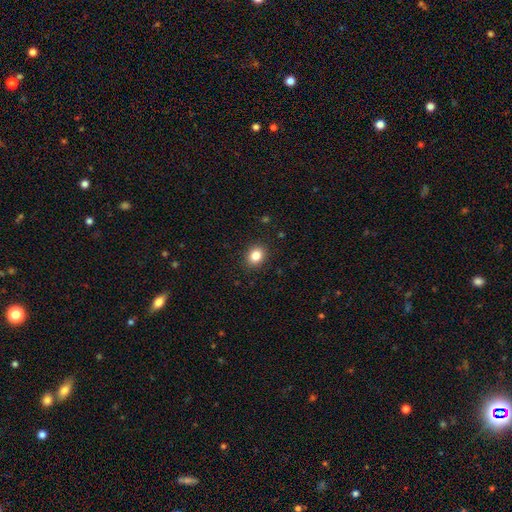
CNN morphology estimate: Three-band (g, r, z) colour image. It shows a smooth galaxy with no disk features (84%) that is round (60%). Merging: none (90%).